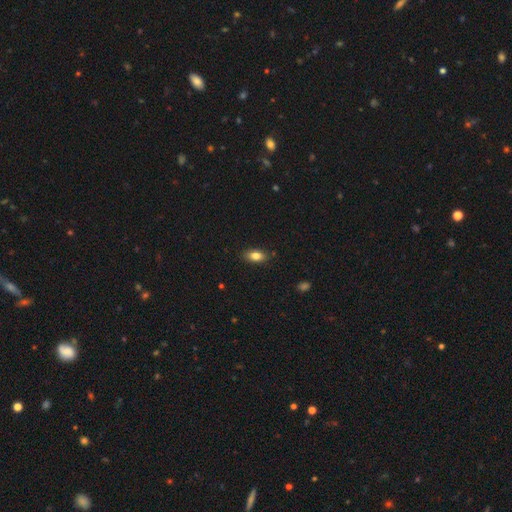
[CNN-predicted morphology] A smooth galaxy with no disk features (82%) that is in between round and cigar-shaped (88%).

Vote fractions:
- Smooth or featured? smooth: 82% / featured or disk: 9% / star or artifact: 8%
- How rounded? in between: 88% / cigar-shaped: 7% / round: 5%
- Merging? none: 85% / minor disturbance: 11% / major disturbance: 2% / merger: 1%